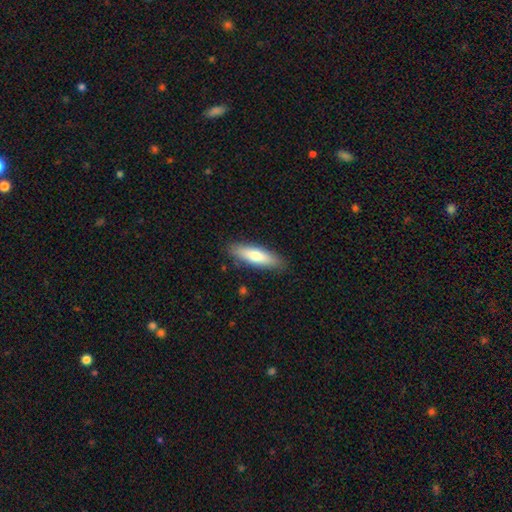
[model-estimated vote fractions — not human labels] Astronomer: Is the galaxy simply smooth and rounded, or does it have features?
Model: smooth — 71%.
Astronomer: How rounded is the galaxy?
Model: cigar-shaped — 59% (runner-up: in between, 39%).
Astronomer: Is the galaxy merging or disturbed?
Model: none — 87%.